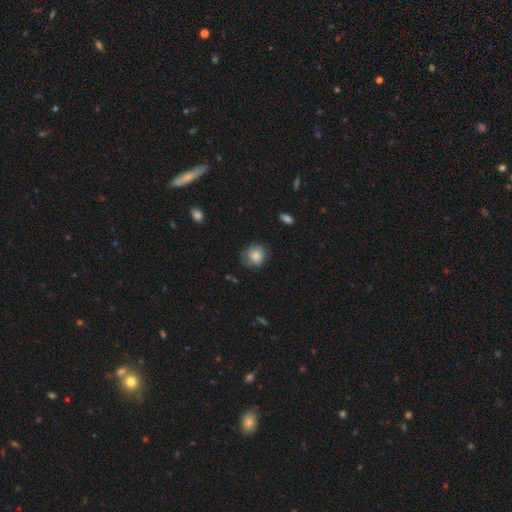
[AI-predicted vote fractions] Smooth or featured: smooth — 78% (featured or disk — 14%)
How rounded: round — 79% (in between — 20%)
Merging: none — 62% (minor disturbance — 27%)